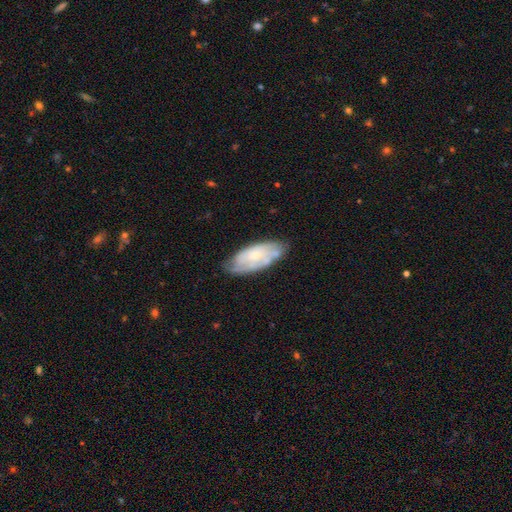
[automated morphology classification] type=featured or disk (56%); edge-on=no (88%); merging=none (66%).